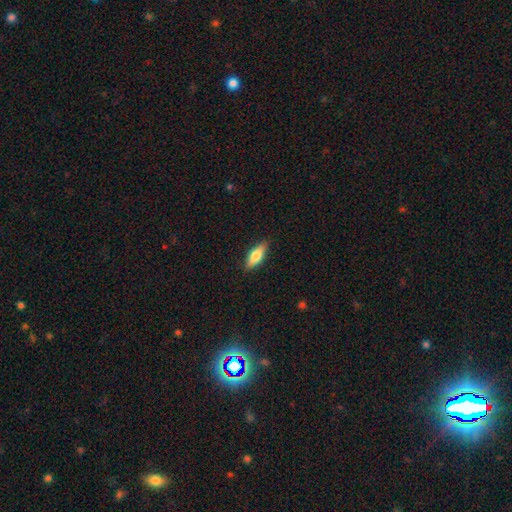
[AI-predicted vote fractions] smooth 69%, featured or disk 25%, star or artifact 6%. Down the decision tree: how rounded — in between (60%); merging — none (87%).